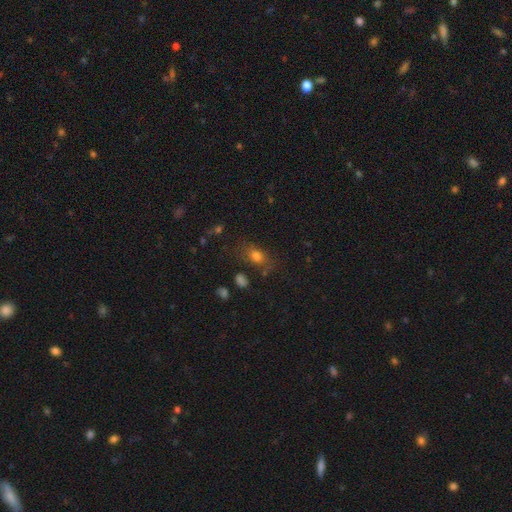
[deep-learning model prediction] The model was most divided on "how rounded": in between: 68%, round: 27%, cigar-shaped: 5%. More confident: smooth or featured — smooth (75%); merging — none (70%).